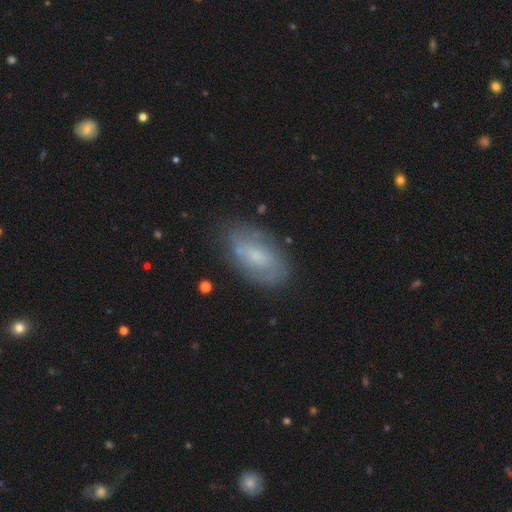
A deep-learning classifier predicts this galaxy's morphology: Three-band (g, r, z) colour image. It shows a featured or disk galaxy (54%) with no bar (54%), spiral arms (69%) and a small central bulge (44%). Merging: none (75%).